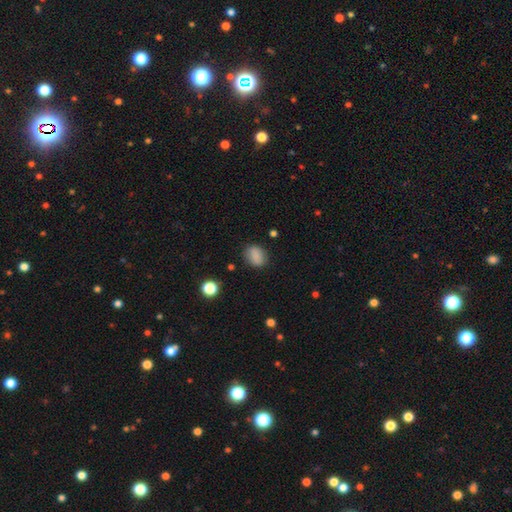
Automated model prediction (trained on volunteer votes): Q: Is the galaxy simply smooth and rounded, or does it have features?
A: smooth — 85%.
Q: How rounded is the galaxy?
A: in between — 59%.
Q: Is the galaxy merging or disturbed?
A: none — 80%.